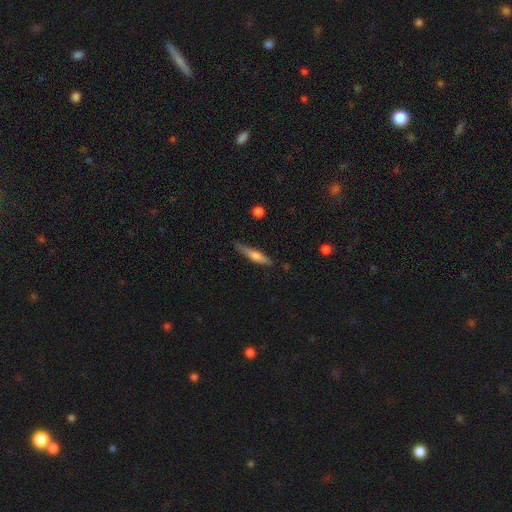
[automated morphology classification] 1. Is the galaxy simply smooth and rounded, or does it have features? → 55% smooth, 39% featured or disk, 6% star or artifact.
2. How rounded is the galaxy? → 86% cigar-shaped, 12% in between, 2% round.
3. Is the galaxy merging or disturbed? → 77% none, 18% minor disturbance, 3% major disturbance, 2% merger.